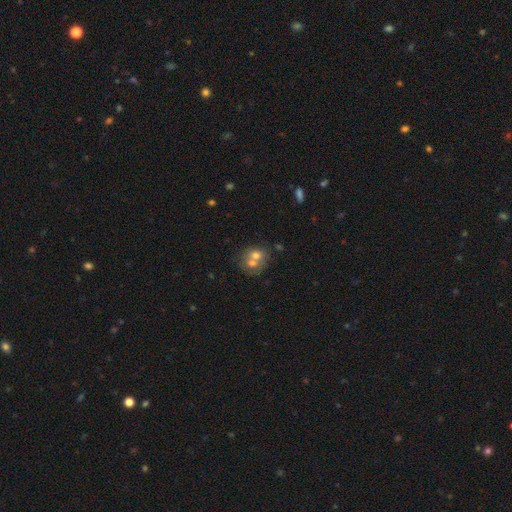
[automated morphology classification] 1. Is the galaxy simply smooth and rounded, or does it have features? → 64% smooth, 26% featured or disk, 10% star or artifact.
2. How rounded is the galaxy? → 66% round, 33% in between, 1% cigar-shaped.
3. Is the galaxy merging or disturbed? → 63% merger, 26% none, 7% minor disturbance, 4% major disturbance.